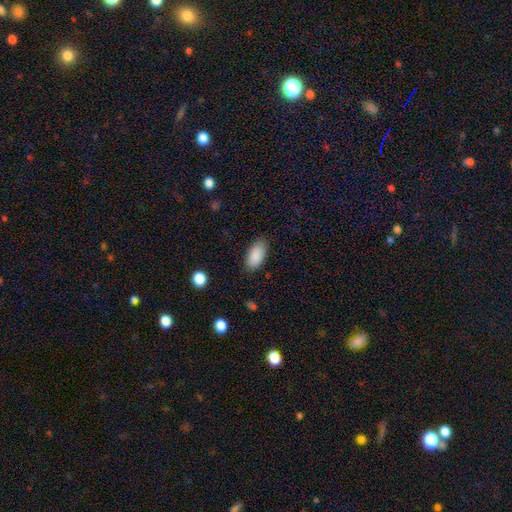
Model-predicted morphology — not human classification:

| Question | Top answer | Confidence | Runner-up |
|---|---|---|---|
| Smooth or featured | smooth | 89% | star or artifact (7%) |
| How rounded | in between | 93% | cigar-shaped (5%) |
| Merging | none | 84% | minor disturbance (12%) |